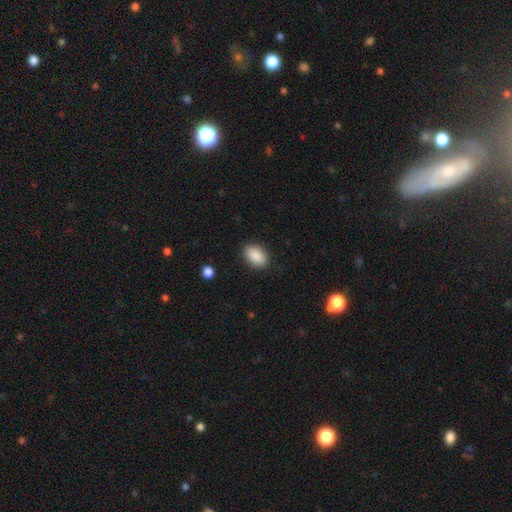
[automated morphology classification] This is clearly a smooth galaxy (90%). How rounded: clearly in between (90%). Merging: clearly none (87%).